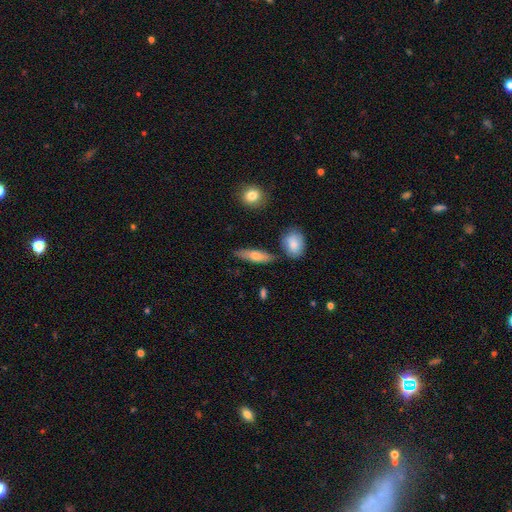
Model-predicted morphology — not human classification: Overall: smooth (66%; featured or disk 28%). How rounded: cigar-shaped (53%; in between 43%). Merging: none (79%).